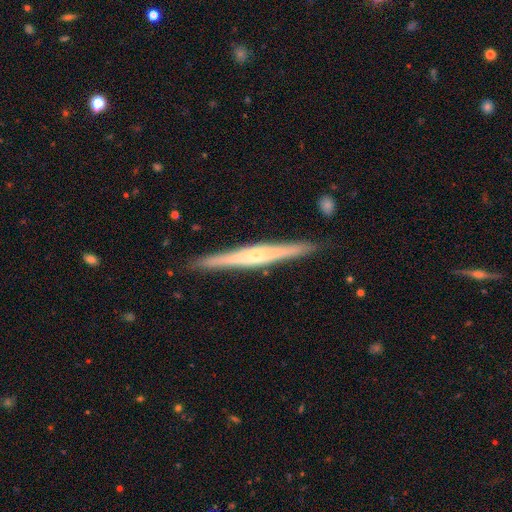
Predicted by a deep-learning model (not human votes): featured or disk 75%, smooth 20%, star or artifact 5%. Down the decision tree: edge-on disk — yes (98%); edge-on bulge — rounded (70%); merging — none (90%).